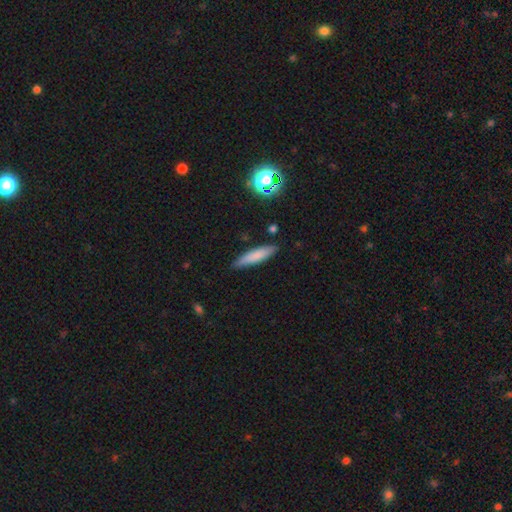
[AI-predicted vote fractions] A smooth galaxy with no disk features (76%) that is cigar-shaped (81%). Merging: none (84%).